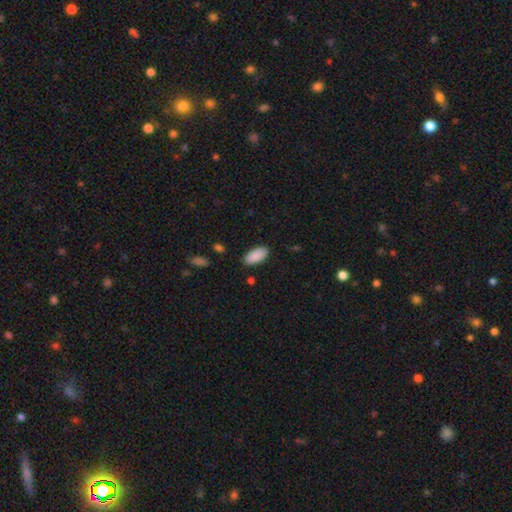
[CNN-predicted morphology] This is clearly a smooth galaxy (90%). How rounded: clearly in between (93%). Merging: clearly none (86%).